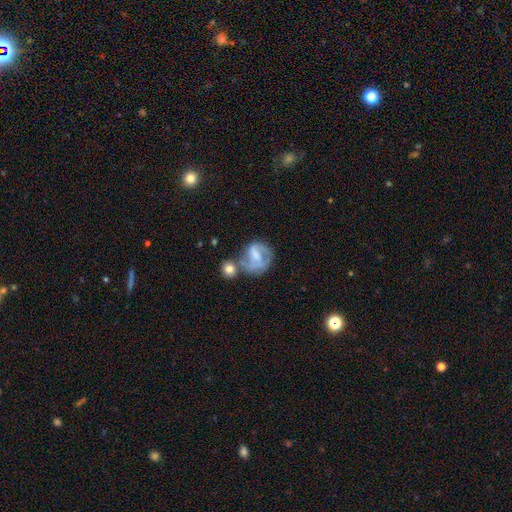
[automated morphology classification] This is likely a featured or disk galaxy (62%). It is clearly not viewed edge-on (97%). Bar: marginally weak (45%). Spiral arm pattern: likely yes (70%). Central bulge: marginally small (33%). Merging: marginally none (38%).